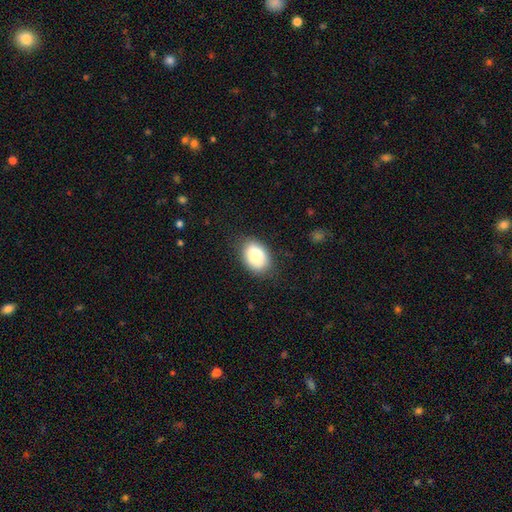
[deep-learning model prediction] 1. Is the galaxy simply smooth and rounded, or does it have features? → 86% smooth, 7% featured or disk, 7% star or artifact.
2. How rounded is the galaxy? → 83% in between, 16% round, 1% cigar-shaped.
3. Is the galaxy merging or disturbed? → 83% none, 13% minor disturbance, 3% major disturbance, 1% merger.